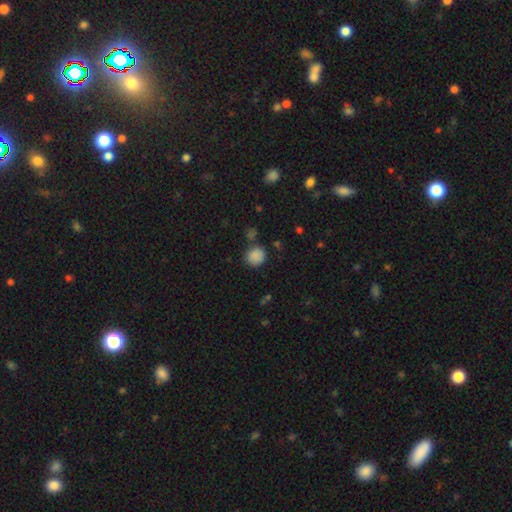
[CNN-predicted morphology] A smooth galaxy with no disk features (85%) that is round (82%).

Vote fractions:
- Smooth or featured? smooth: 85% / star or artifact: 11% / featured or disk: 4%
- How rounded? round: 82% / in between: 17% / cigar-shaped: 1%
- Merging? none: 72% / minor disturbance: 15% / merger: 9% / major disturbance: 4%